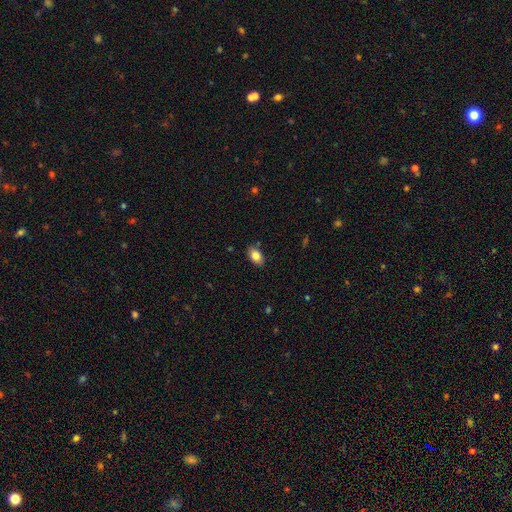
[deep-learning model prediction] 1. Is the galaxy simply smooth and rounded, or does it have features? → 83% smooth, 9% featured or disk, 8% star or artifact.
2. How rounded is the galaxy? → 91% in between, 7% round, 2% cigar-shaped.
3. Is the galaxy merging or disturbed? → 85% none, 11% minor disturbance, 2% major disturbance, 2% merger.